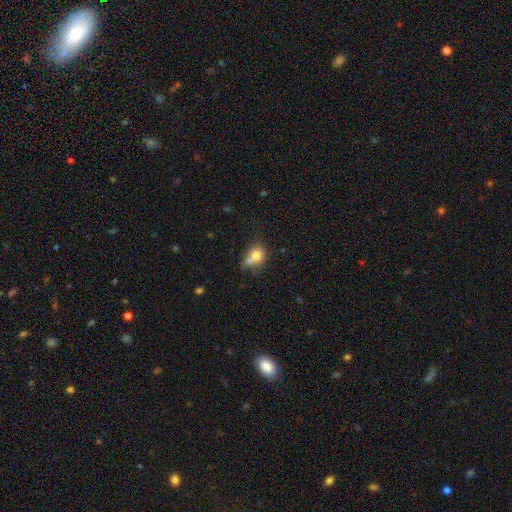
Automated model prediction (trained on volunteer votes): Q: Smooth or featured?
A: smooth (76%); runner-up: featured or disk (14%)
Q: How rounded?
A: round (64%); runner-up: in between (35%)
Q: Merging?
A: merger (46%); runner-up: none (34%)